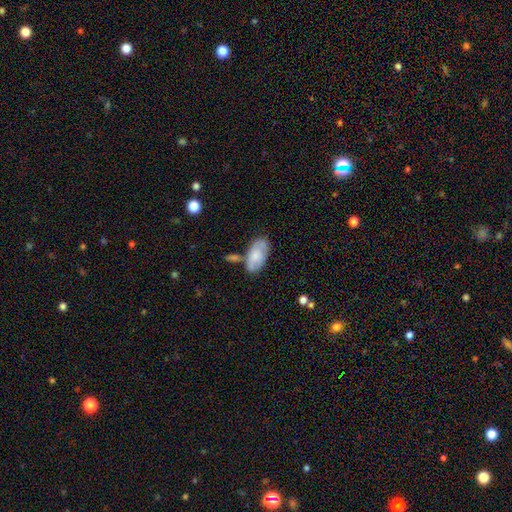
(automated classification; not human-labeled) Overall: smooth (72%). How rounded: in between (94%). Merging: none (57%; minor disturbance 21%).